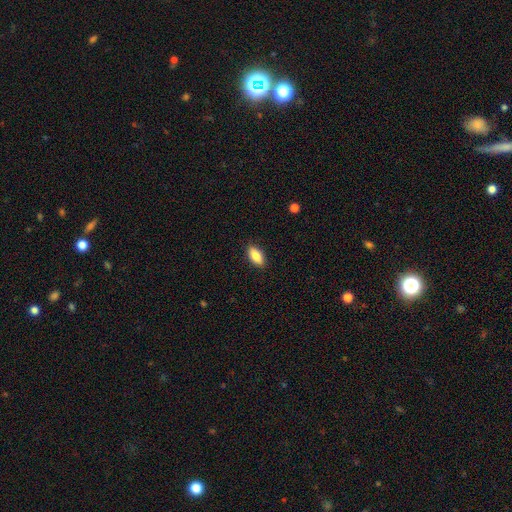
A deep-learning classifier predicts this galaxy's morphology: A smooth galaxy with no disk features (86%) that is in between round and cigar-shaped (86%). Merging: none (88%).